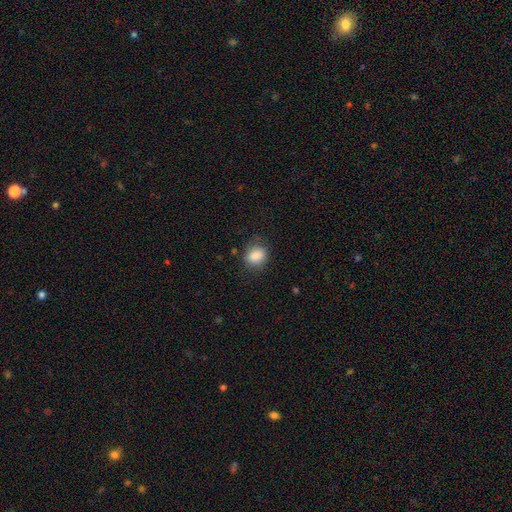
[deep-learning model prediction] The model was most divided on "how rounded": round: 53%, in between: 46%, cigar-shaped: 1%. More confident: smooth or featured — smooth (86%); merging — none (75%).